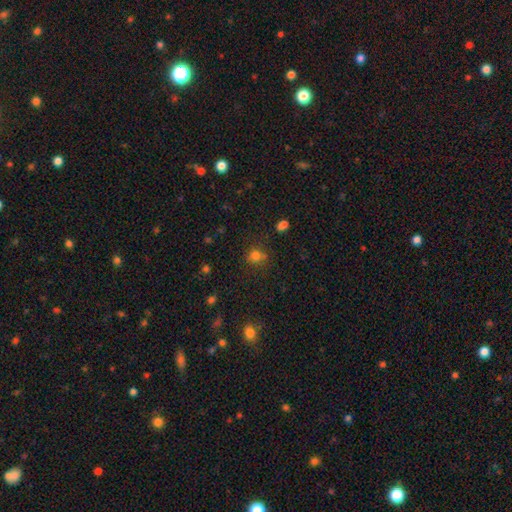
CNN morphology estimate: Smooth or featured: smooth — 74% (star or artifact — 18%)
How rounded: round — 82% (in between — 17%)
Merging: none — 66% (merger — 16%)